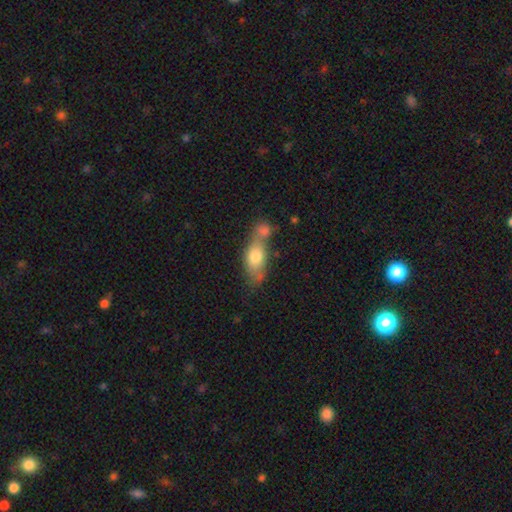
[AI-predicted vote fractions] Smooth or featured: smooth — 71% (featured or disk — 22%)
How rounded: in between — 77% (cigar-shaped — 14%)
Merging: merger — 45% (none — 32%)